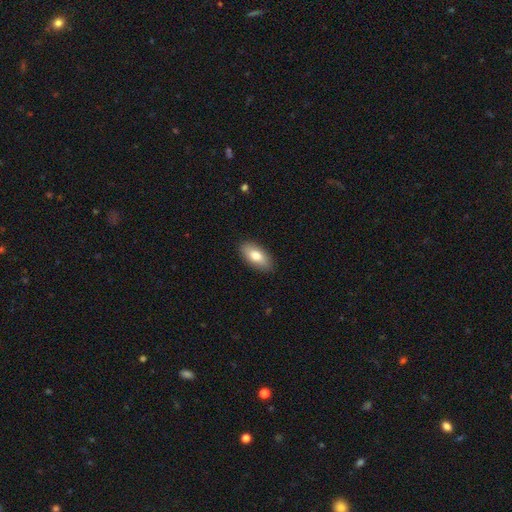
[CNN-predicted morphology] Smooth or featured? Predicted: smooth (p=0.80). How rounded? Predicted: in between (p=0.90). Merging? Predicted: none (p=0.89).